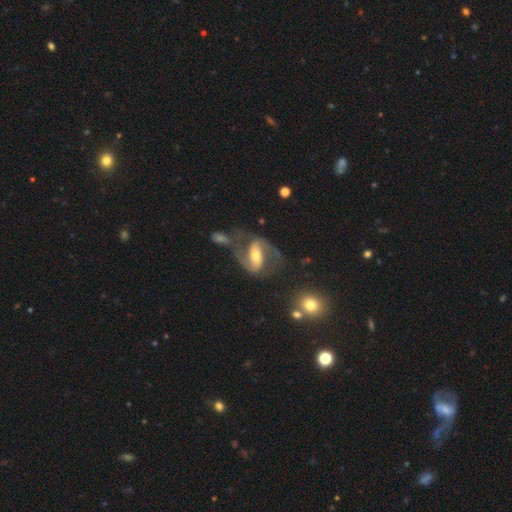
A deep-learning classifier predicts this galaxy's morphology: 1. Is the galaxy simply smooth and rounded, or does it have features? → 85% featured or disk, 10% smooth, 5% star or artifact.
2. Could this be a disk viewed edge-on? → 96% no, 4% yes.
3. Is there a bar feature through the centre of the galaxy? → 53% strong, 31% weak, 17% no.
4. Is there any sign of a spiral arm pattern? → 94% yes, 6% no.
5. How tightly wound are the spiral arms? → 47% medium, 40% loose, 13% tight.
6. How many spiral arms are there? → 92% 2, 3% can't tell, 3% 1, 1% 3, 1% 4, 1% more than 4.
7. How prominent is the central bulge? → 60% moderate, 30% small, 7% large, 1% none, 1% dominant.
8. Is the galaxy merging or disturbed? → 53% none, 17% minor disturbance, 17% major disturbance, 14% merger.